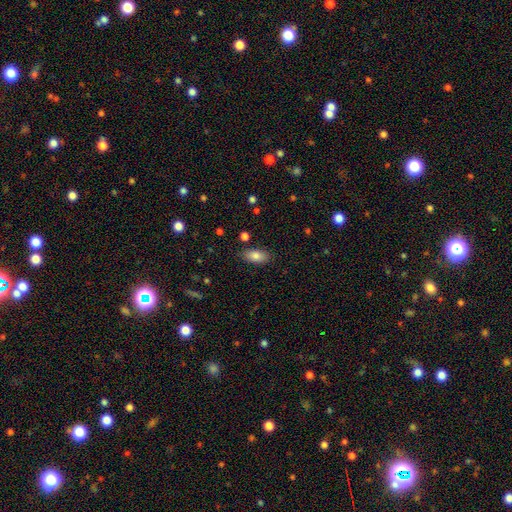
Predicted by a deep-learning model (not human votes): This appears to be a smooth galaxy with no disk features (82%) that is in between round and cigar-shaped (89%). Merging: none (83%).